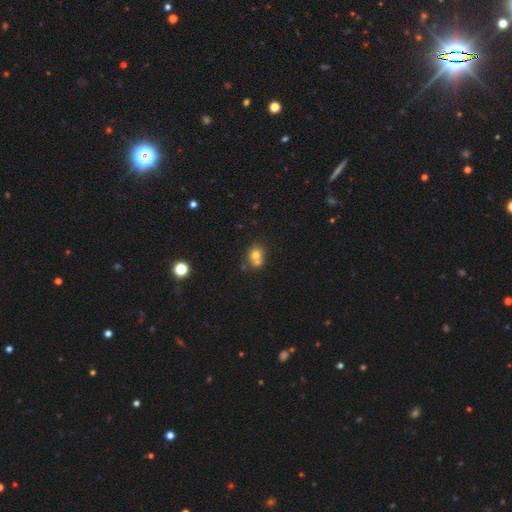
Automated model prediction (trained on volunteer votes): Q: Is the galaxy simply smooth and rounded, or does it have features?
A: smooth — 72%.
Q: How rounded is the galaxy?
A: round — 68%.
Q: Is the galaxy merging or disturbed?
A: merger — 45%.